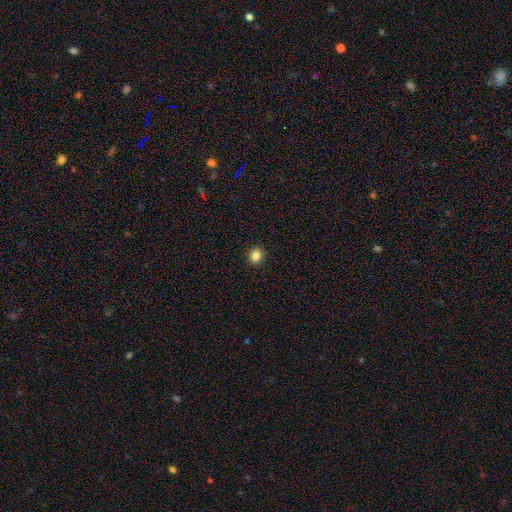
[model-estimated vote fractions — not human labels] Morphology: type=smooth (85%); roundness=round (70%); merging=none (91%).